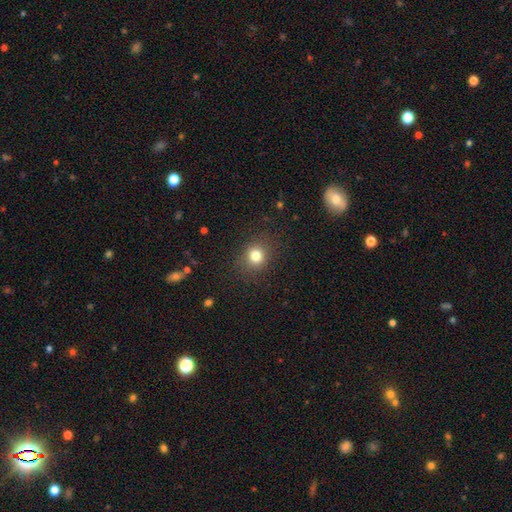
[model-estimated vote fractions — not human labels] smooth_or_featured: smooth (p=0.80) [alt: star or artifact p=0.14]
how_rounded: round (p=0.78) [alt: in between p=0.22]
merging: none (p=0.87) [alt: minor disturbance p=0.09]